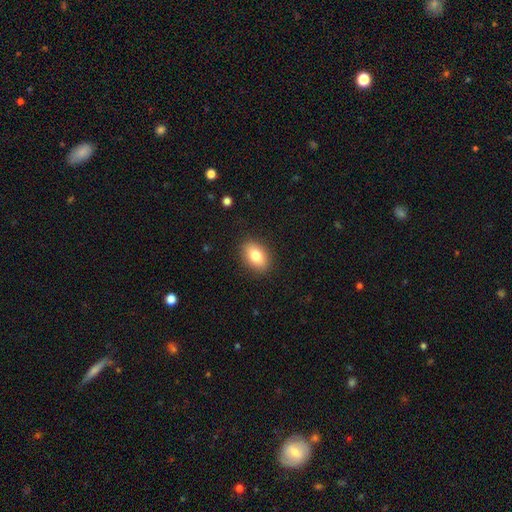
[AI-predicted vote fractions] smooth_or_featured: smooth (p=0.81) [alt: featured or disk p=0.12]
how_rounded: in between (p=0.86) [alt: round p=0.12]
merging: none (p=0.88) [alt: minor disturbance p=0.08]